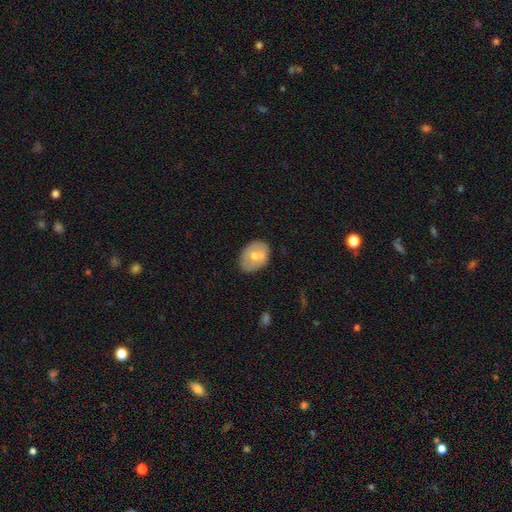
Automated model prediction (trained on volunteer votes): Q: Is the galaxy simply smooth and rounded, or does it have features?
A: smooth — 59%.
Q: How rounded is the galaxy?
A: in between — 71%.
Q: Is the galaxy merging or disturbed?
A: none — 68%.